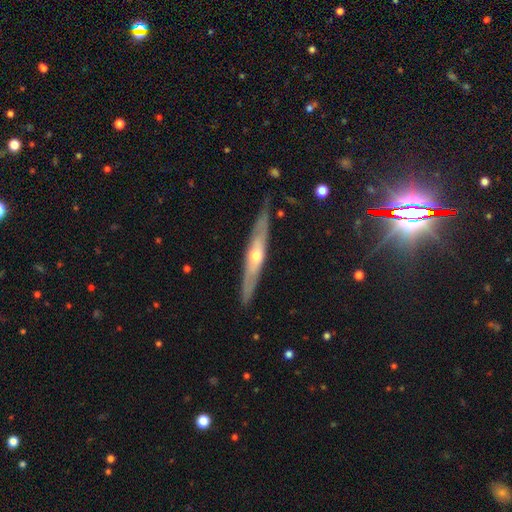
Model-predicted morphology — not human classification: Q: Smooth or featured?
A: featured or disk (63%); runner-up: smooth (32%)
Q: Edge-on disk?
A: yes (84%); runner-up: no (16%)
Q: Edge-on bulge?
A: rounded (82%); runner-up: none (15%)
Q: Merging?
A: none (80%); runner-up: minor disturbance (15%)